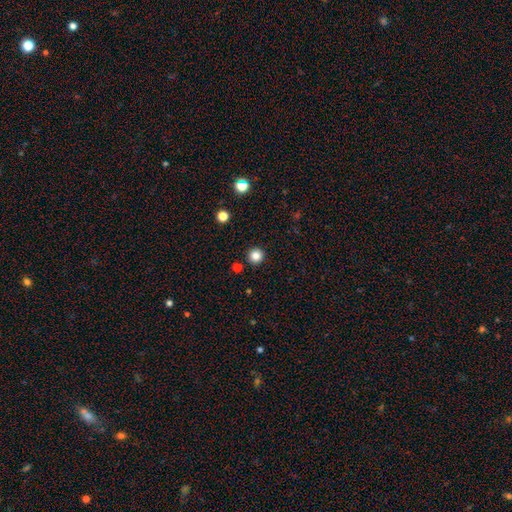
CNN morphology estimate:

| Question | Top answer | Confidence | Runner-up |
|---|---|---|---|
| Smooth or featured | smooth | 83% | star or artifact (12%) |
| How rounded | round | 96% | in between (3%) |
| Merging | none | 93% | minor disturbance (4%) |